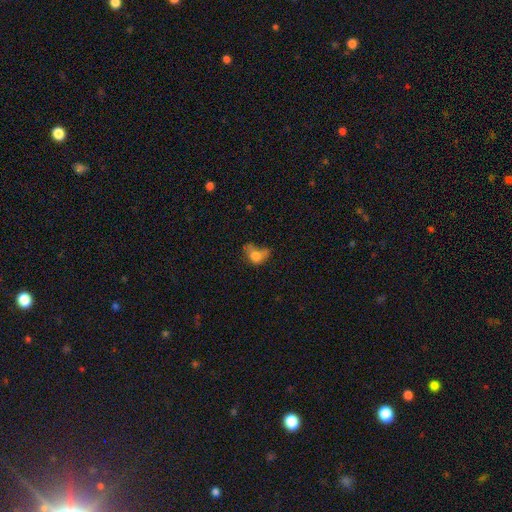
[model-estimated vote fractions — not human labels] Smooth or featured?
  - smooth: 69% *
  - featured or disk: 19%
  - star or artifact: 12%
How rounded?
  - in between: 62% *
  - round: 36%
  - cigar-shaped: 2%
Merging?
  - major disturbance: 36% *
  - minor disturbance: 27%
  - none: 25%
  - merger: 12%